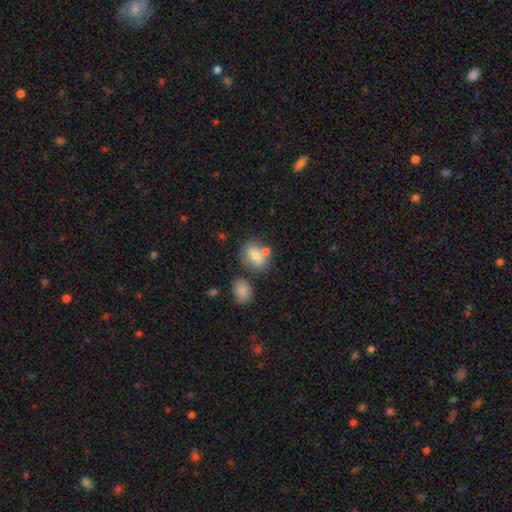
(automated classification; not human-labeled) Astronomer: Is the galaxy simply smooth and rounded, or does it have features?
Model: smooth — 76%.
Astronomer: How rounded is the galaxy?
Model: in between — 66%.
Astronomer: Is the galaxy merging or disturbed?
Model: none — 56%.